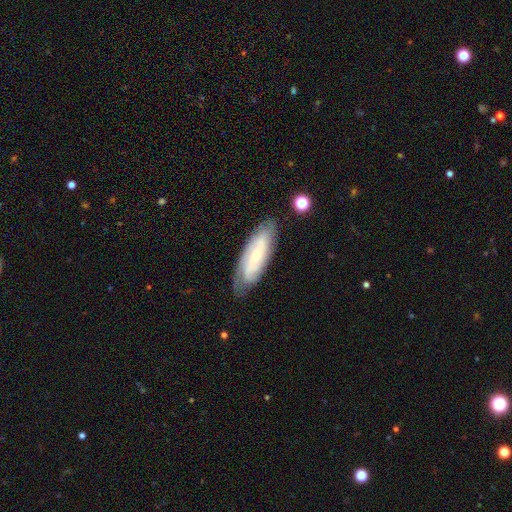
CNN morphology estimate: Overall: featured or disk (69%). Edge-on disk: no (84%). Bar: no (50%; weak 32%). Spiral arms: yes (88%). Spiral arm count: 2 (42%; can't tell 40%). Spiral winding: tight (57%; medium 31%). Bulge size: small (72%). Merging: none (77%).